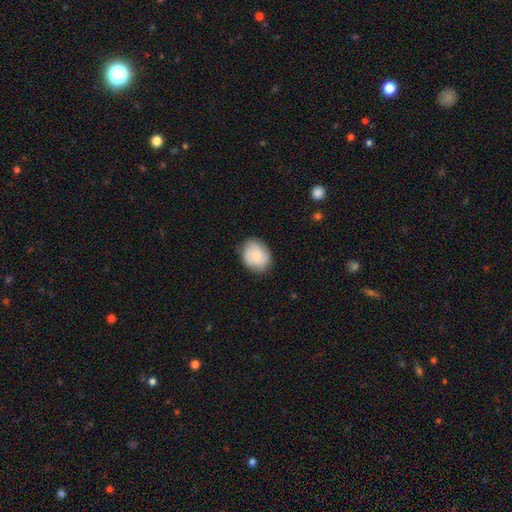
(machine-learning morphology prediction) smooth 58%, featured or disk 34%, star or artifact 7%. Down the decision tree: how rounded — round (51%); merging — none (78%).